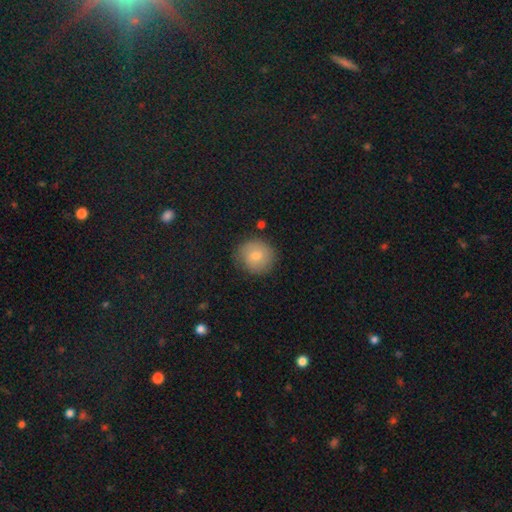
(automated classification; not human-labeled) Smooth or featured?
  - smooth: 70% *
  - featured or disk: 17%
  - star or artifact: 13%
How rounded?
  - round: 91% *
  - in between: 8%
  - cigar-shaped: 1%
Merging?
  - none: 84% *
  - minor disturbance: 11%
  - major disturbance: 3%
  - merger: 1%